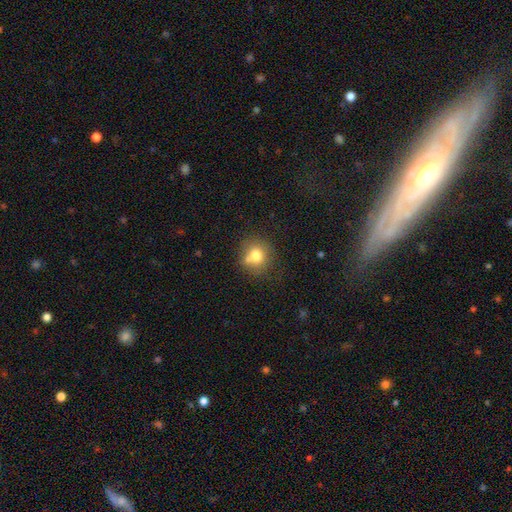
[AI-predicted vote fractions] Smooth or featured? Predicted: smooth (p=0.75). How rounded? Predicted: round (p=0.85). Merging? Predicted: none (p=0.63).